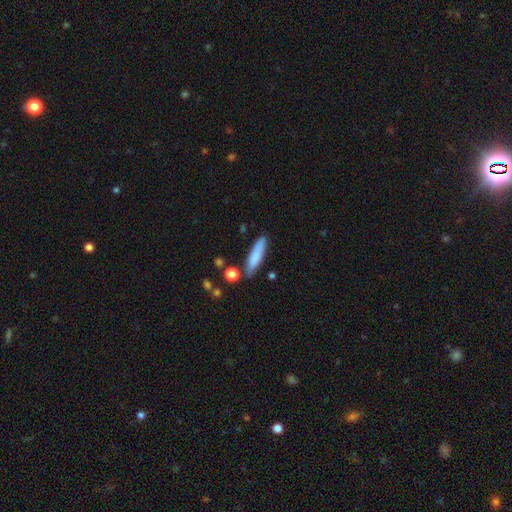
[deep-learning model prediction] The model was most divided on "how rounded": cigar-shaped: 76%, in between: 22%, round: 2%. More confident: smooth or featured — smooth (79%); merging — none (77%).